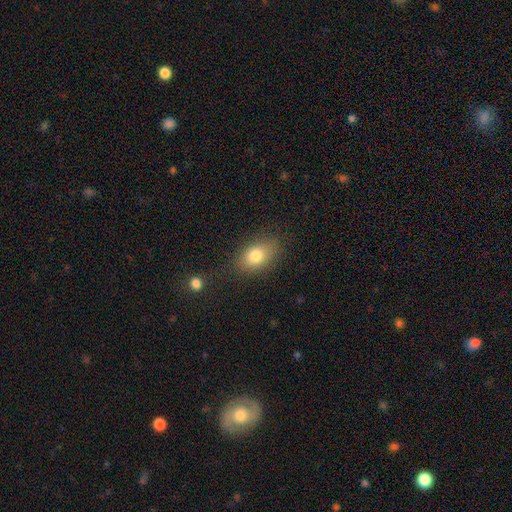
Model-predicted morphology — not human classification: This is clearly a smooth galaxy (80%). How rounded: clearly in between (84%). Merging: likely none (79%).